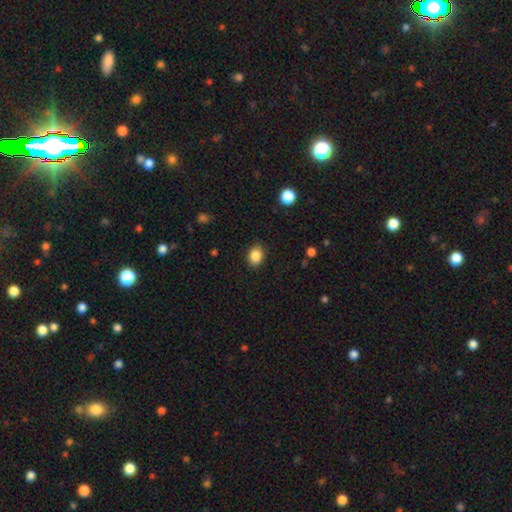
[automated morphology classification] Smooth or featured: smooth — 87% (star or artifact — 9%)
How rounded: in between — 62% (round — 37%)
Merging: none — 88% (minor disturbance — 9%)